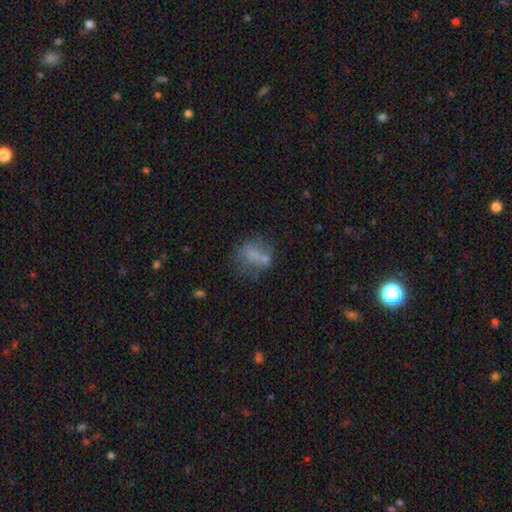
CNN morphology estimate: A smooth galaxy with no disk features (57%) that is in between round and cigar-shaped (50%).

Vote fractions:
- Smooth or featured? smooth: 57% / featured or disk: 29% / star or artifact: 14%
- How rounded? in between: 50% / round: 47% / cigar-shaped: 2%
- Merging? none: 42% / merger: 20% / minor disturbance: 20% / major disturbance: 18%